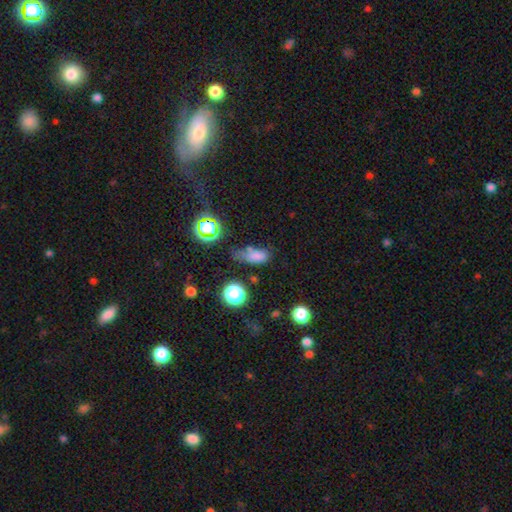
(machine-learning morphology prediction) The model was most divided on "merging": none: 43%, minor disturbance: 29%, major disturbance: 16%, merger: 11%. More confident: how rounded — in between (72%); smooth or featured — smooth (69%).